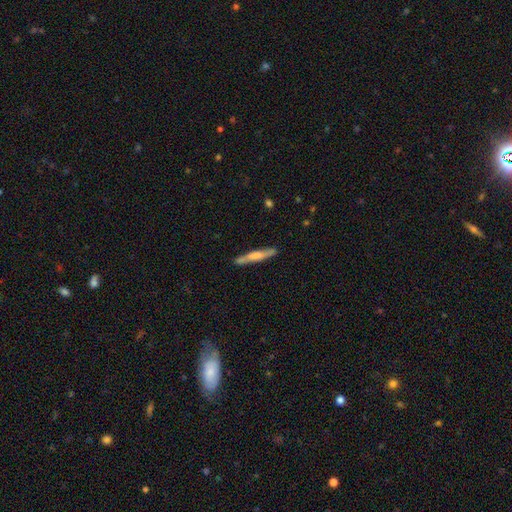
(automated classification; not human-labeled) smooth-or-featured: smooth: 53% | featured or disk: 42% | star or artifact: 5%
  how-rounded: cigar-shaped: 93% | in between: 6% | round: 1%
  merging: none: 84% | minor disturbance: 12% | merger: 2% | major disturbance: 2%